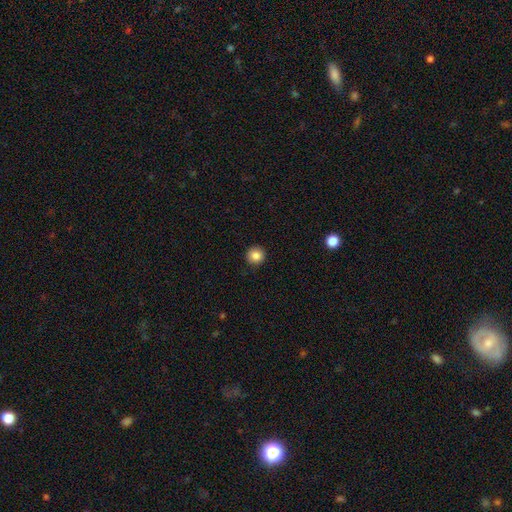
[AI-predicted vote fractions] Smooth or featured? Predicted: smooth (p=0.85). How rounded? Predicted: round (p=0.94). Merging? Predicted: none (p=0.91).